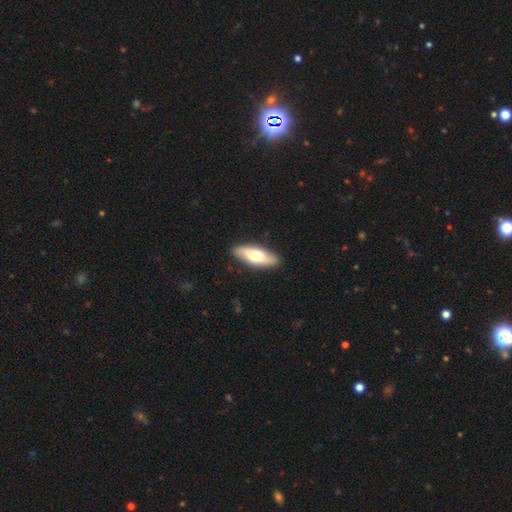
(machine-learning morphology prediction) This is likely a smooth galaxy (64%). How rounded: likely in between (62%). Merging: clearly none (88%).